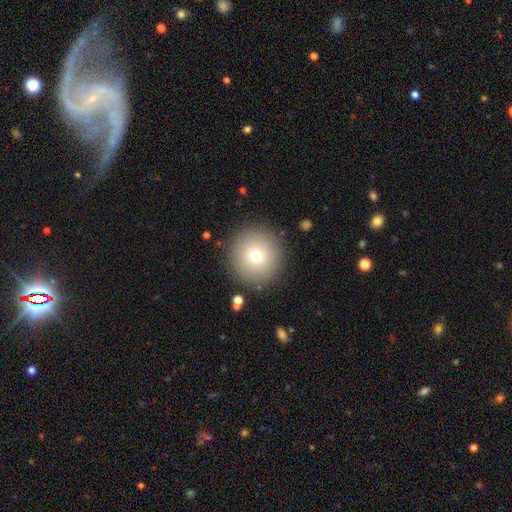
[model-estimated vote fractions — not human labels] smooth_or_featured: smooth (p=0.74) [alt: featured or disk p=0.13]
how_rounded: round (p=0.96) [alt: in between p=0.03]
merging: none (p=0.89) [alt: minor disturbance p=0.06]